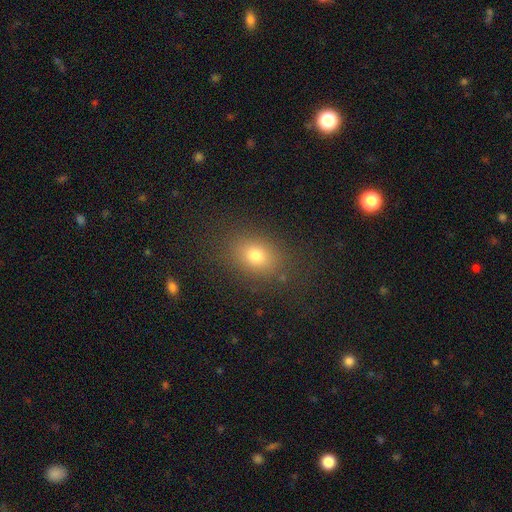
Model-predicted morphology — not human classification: smooth_or_featured: smooth (p=0.76) [alt: star or artifact p=0.14]
how_rounded: in between (p=0.66) [alt: round p=0.32]
merging: none (p=0.83) [alt: minor disturbance p=0.11]